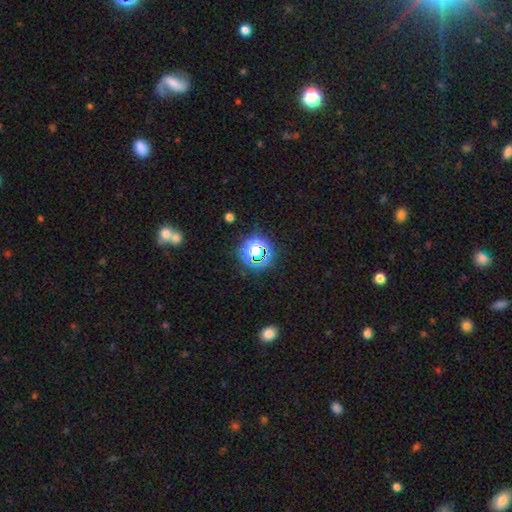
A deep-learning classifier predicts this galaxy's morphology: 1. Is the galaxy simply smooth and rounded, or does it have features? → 64% star or artifact, 26% smooth, 10% featured or disk.